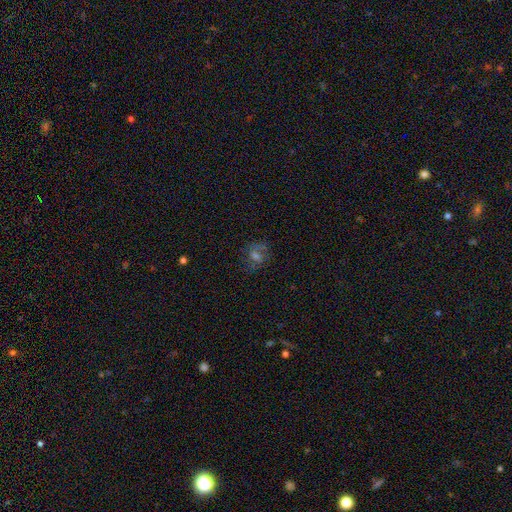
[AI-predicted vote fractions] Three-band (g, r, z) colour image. It shows a featured or disk galaxy (39%). Merging: none (69%).